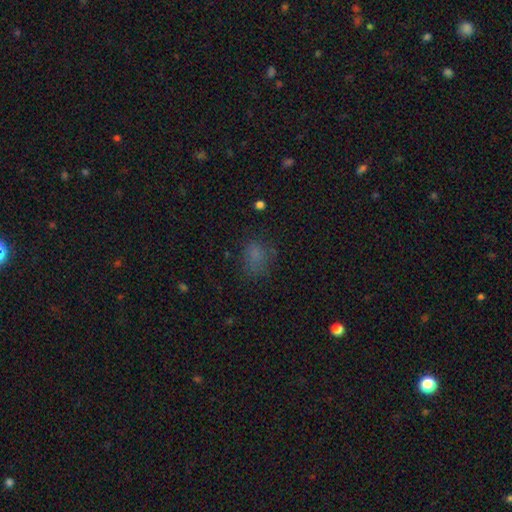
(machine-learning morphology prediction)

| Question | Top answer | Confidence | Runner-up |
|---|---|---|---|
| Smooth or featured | smooth | 71% | star or artifact (20%) |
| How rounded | in between | 58% | round (40%) |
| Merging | none | 64% | minor disturbance (21%) |